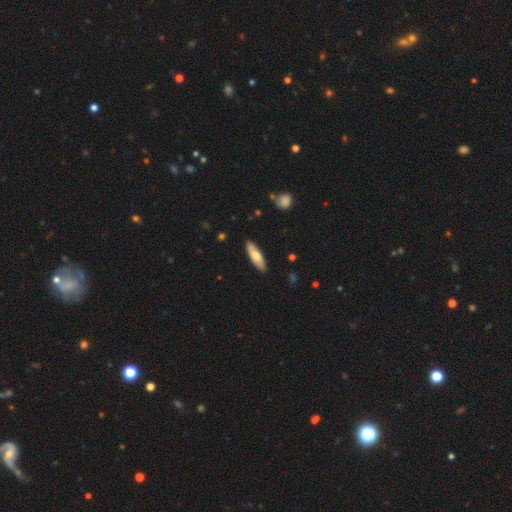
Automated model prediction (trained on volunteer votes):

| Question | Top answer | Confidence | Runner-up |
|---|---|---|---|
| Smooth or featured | smooth | 68% | featured or disk (27%) |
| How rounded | cigar-shaped | 52% | in between (46%) |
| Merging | none | 87% | minor disturbance (10%) |